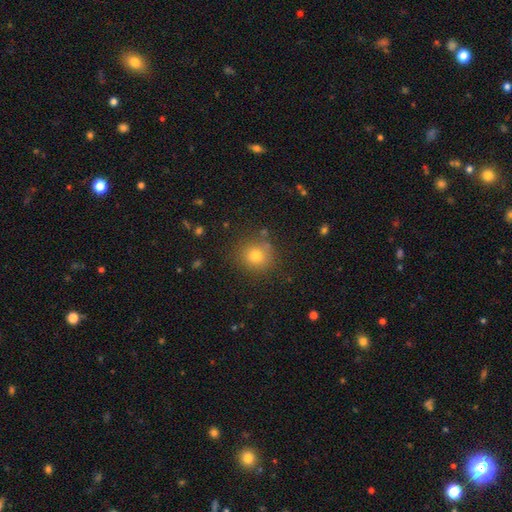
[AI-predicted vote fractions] smooth_or_featured: smooth (p=0.76) [alt: star or artifact p=0.15]
how_rounded: round (p=0.87) [alt: in between p=0.12]
merging: none (p=0.81) [alt: minor disturbance p=0.11]